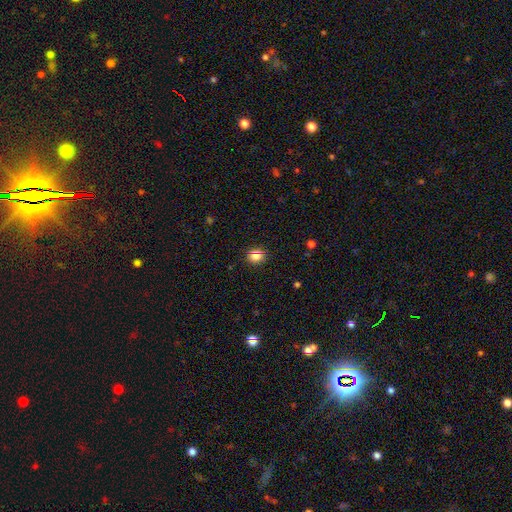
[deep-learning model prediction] smooth-or-featured: smooth: 76% | star or artifact: 16% | featured or disk: 8%
  how-rounded: round: 66% | in between: 32% | cigar-shaped: 2%
  merging: none: 87% | minor disturbance: 8% | merger: 2% | major disturbance: 2%